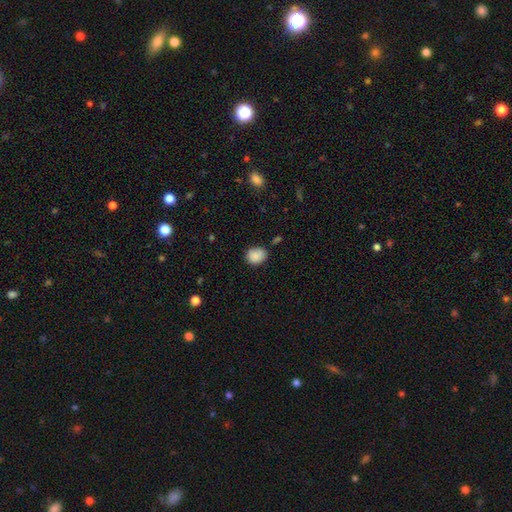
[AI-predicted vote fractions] The model was most divided on "how rounded": round: 56%, in between: 43%, cigar-shaped: 1%. More confident: smooth or featured — smooth (86%); merging — none (67%).